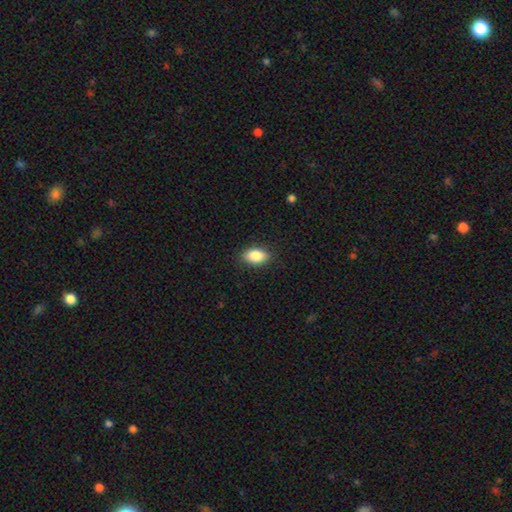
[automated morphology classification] Smooth or featured? Predicted: smooth (p=0.84). How rounded? Predicted: in between (p=0.88). Merging? Predicted: none (p=0.87).